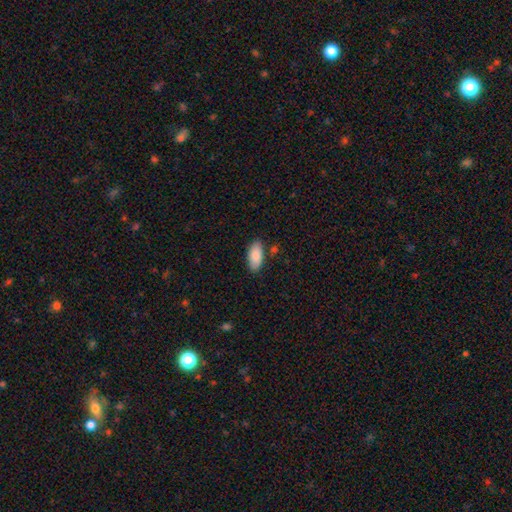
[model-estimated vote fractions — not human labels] smooth_or_featured: smooth (p=0.88) [alt: featured or disk p=0.06]
how_rounded: in between (p=0.91) [alt: cigar-shaped p=0.07]
merging: none (p=0.82) [alt: minor disturbance p=0.12]